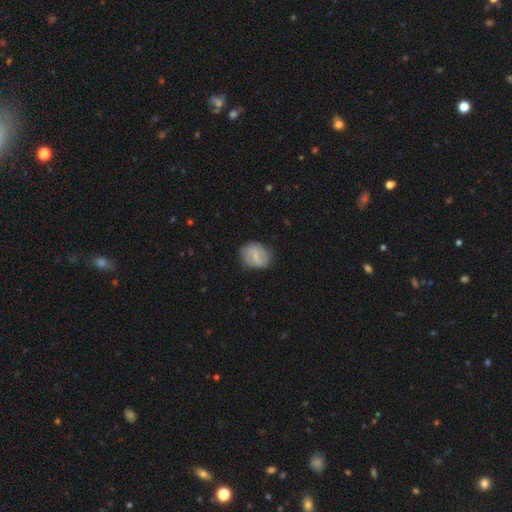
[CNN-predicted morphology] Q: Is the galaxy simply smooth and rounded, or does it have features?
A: featured or disk — 54%.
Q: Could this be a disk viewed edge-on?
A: no — 97%.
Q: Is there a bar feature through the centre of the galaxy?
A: weak — 55%.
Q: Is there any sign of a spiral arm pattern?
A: yes — 79%.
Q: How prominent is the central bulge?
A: small — 43%.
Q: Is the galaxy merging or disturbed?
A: none — 76%.